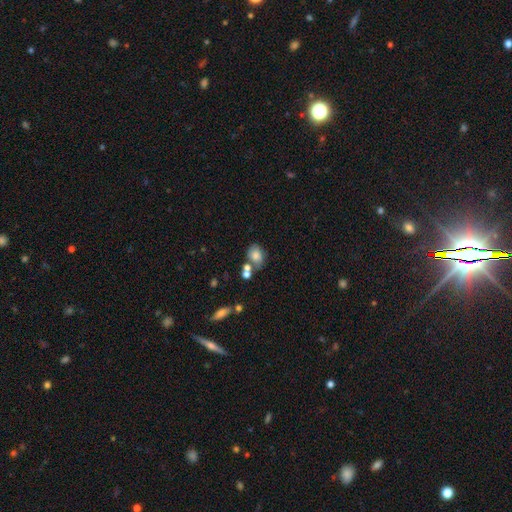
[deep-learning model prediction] smooth-or-featured: smooth: 73% | featured or disk: 16% | star or artifact: 10%
  how-rounded: in between: 67% | round: 31% | cigar-shaped: 1%
  merging: none: 49% | merger: 23% | minor disturbance: 20% | major disturbance: 8%